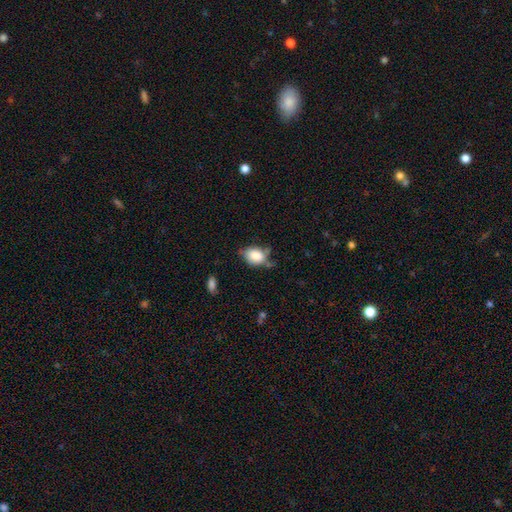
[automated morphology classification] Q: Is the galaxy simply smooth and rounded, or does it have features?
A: smooth — 82%.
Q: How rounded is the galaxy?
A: in between — 71%.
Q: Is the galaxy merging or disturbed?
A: none — 47%.